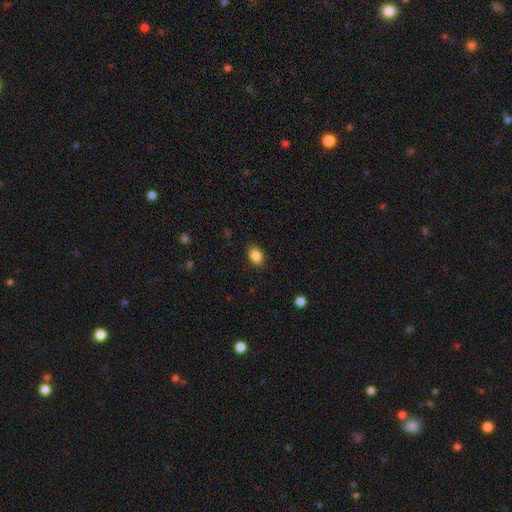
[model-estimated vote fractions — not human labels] Q: Smooth or featured?
A: smooth (86%); runner-up: star or artifact (9%)
Q: How rounded?
A: in between (79%); runner-up: round (20%)
Q: Merging?
A: none (88%); runner-up: minor disturbance (9%)